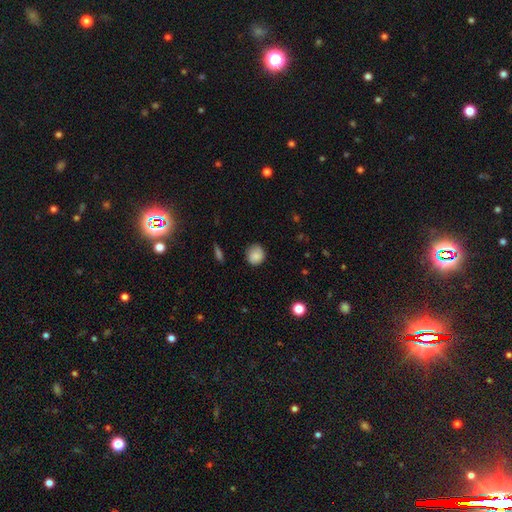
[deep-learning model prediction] Morphology: type=smooth (86%); roundness=round (84%); merging=none (80%).